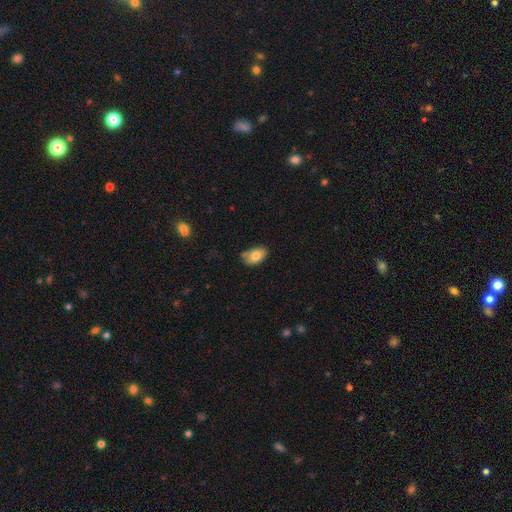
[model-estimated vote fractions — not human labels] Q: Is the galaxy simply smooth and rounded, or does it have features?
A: smooth — 79%.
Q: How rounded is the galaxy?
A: in between — 91%.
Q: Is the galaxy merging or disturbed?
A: none — 67%.